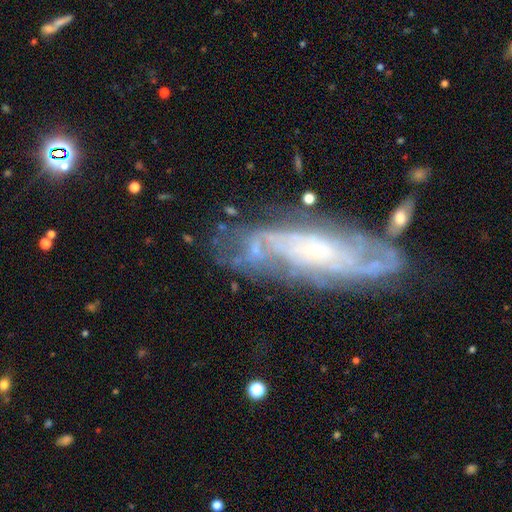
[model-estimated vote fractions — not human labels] Q: Smooth or featured?
A: featured or disk (78%); runner-up: smooth (13%)
Q: Edge-on disk?
A: no (86%); runner-up: yes (14%)
Q: Bar?
A: no (67%); runner-up: weak (24%)
Q: Spiral arms?
A: yes (88%); runner-up: no (12%)
Q: Spiral winding?
A: tight (53%); runner-up: medium (33%)
Q: Spiral arm count?
A: can't tell (45%); runner-up: 2 (21%)
Q: Bulge size?
A: small (75%); runner-up: moderate (12%)
Q: Merging?
A: none (61%); runner-up: minor disturbance (19%)